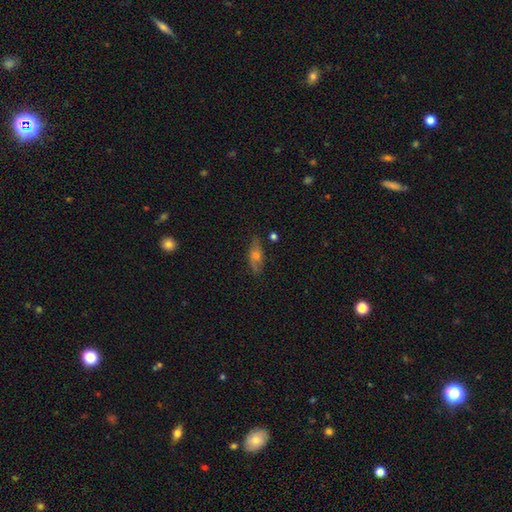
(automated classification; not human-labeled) smooth-or-featured: smooth: 47% | featured or disk: 42% | star or artifact: 11%
  merging: none: 80% | minor disturbance: 15% | major disturbance: 3% | merger: 2%